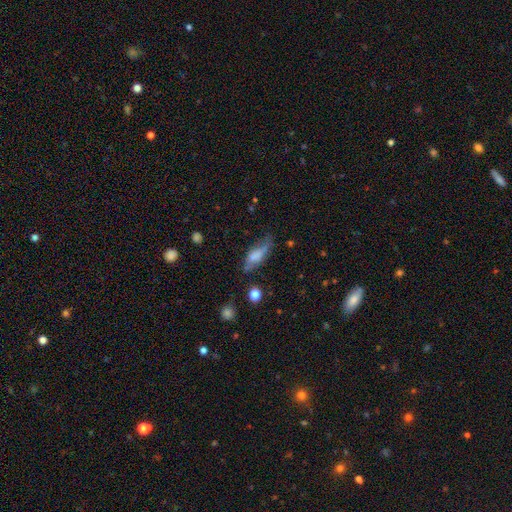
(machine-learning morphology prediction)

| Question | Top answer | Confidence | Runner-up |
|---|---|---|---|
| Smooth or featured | smooth | 61% | featured or disk (30%) |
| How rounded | in between | 62% | cigar-shaped (35%) |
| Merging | none | 49% | minor disturbance (31%) |